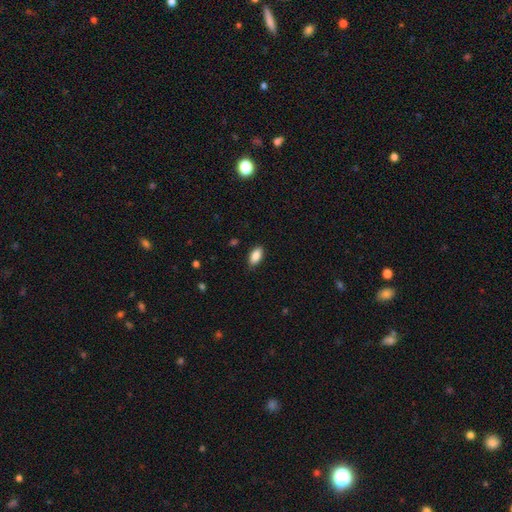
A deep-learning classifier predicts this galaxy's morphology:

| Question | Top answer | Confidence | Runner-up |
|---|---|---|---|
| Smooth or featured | smooth | 88% | star or artifact (7%) |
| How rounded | in between | 92% | cigar-shaped (5%) |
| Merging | none | 86% | minor disturbance (10%) |